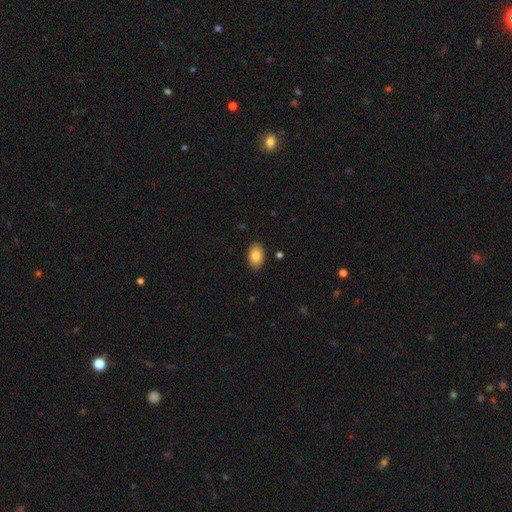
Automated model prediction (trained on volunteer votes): Overall: smooth (86%). How rounded: in between (91%). Merging: none (88%).